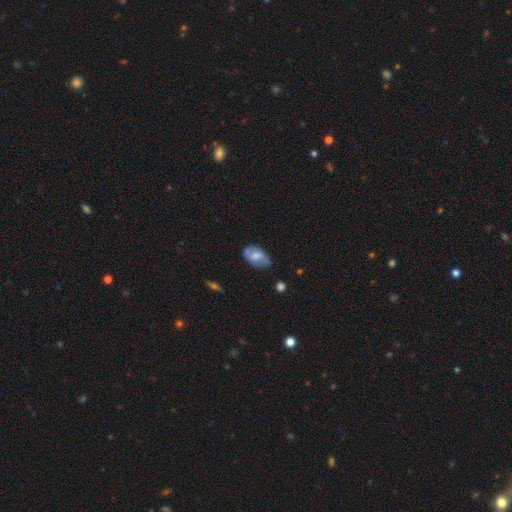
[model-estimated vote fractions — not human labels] This is possibly a smooth galaxy (60%). How rounded: clearly in between (91%). Merging: possibly none (59%).